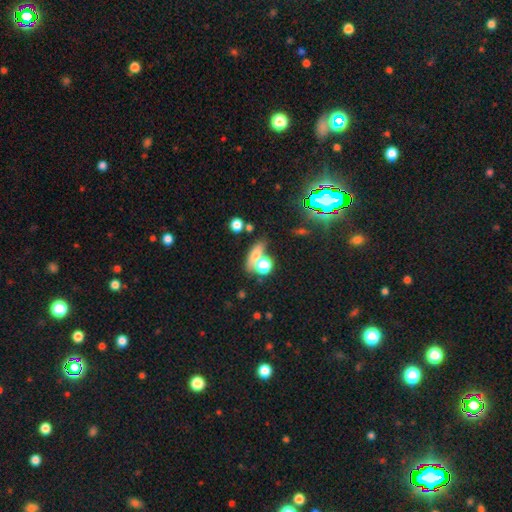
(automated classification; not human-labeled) smooth 64%, star or artifact 18%, featured or disk 17%. Down the decision tree: how rounded — in between (50%); merging — none (53%).